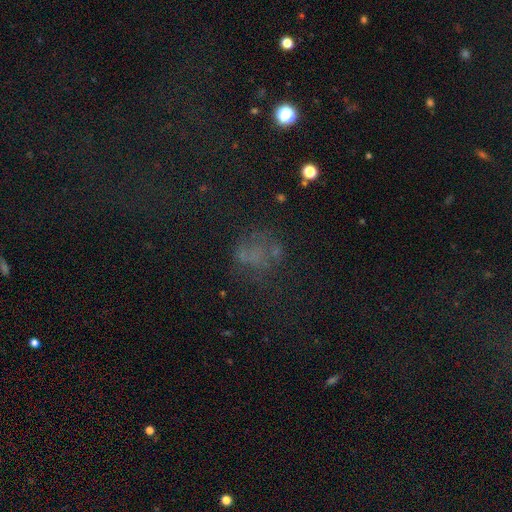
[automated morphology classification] smooth 39%, star or artifact 34%, featured or disk 27%. Down the decision tree: merging — none (52%).